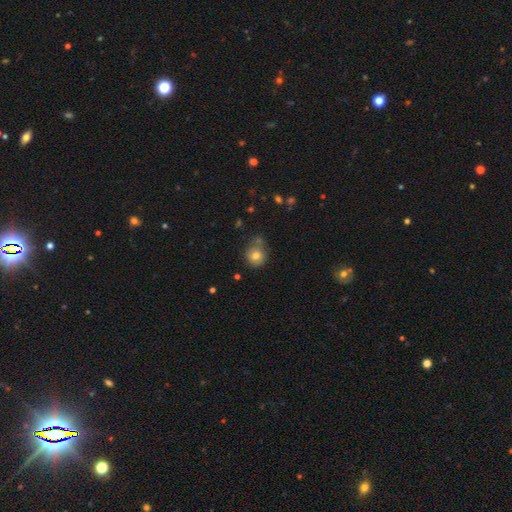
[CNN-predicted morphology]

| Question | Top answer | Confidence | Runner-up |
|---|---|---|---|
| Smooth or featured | smooth | 77% | featured or disk (12%) |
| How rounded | round | 84% | in between (15%) |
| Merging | none | 61% | minor disturbance (18%) |